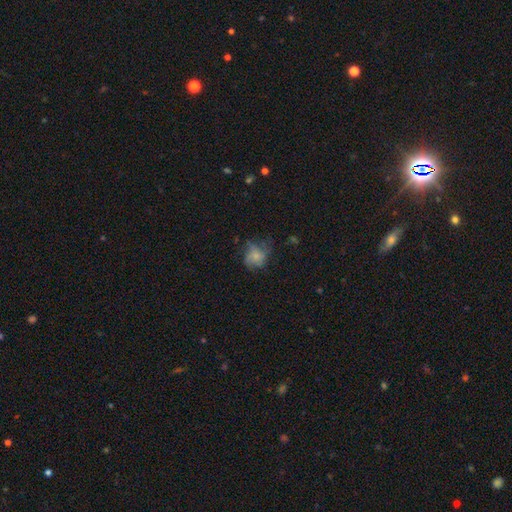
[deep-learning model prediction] Q: Smooth or featured?
A: smooth (58%); runner-up: featured or disk (30%)
Q: How rounded?
A: round (64%); runner-up: in between (35%)
Q: Merging?
A: none (45%); runner-up: minor disturbance (29%)